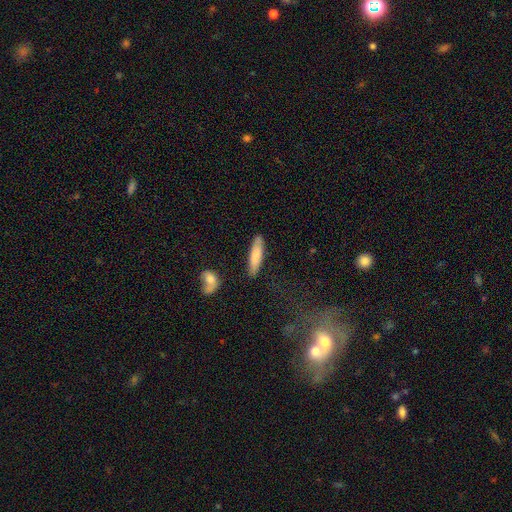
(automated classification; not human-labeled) smooth-or-featured: smooth: 79% | featured or disk: 16% | star or artifact: 5%
  how-rounded: cigar-shaped: 73% | in between: 26% | round: 2%
  merging: none: 82% | minor disturbance: 12% | merger: 3% | major disturbance: 3%